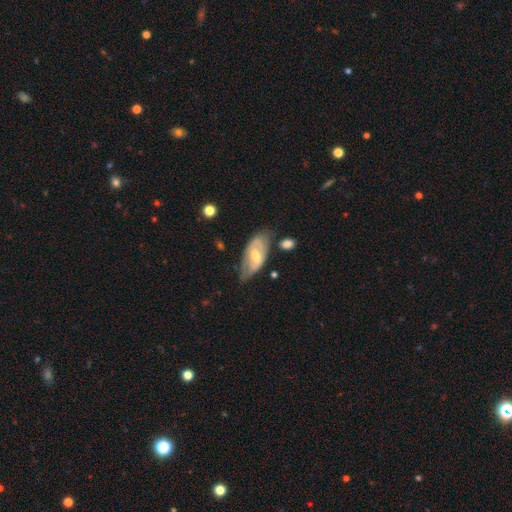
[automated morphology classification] A featured or disk galaxy (60%) with a weak bar (47%), spiral arms (60%) and a moderate central bulge (59%).

Vote fractions:
- Smooth or featured? featured or disk: 60% / smooth: 35% / star or artifact: 6%
- Edge-on disk? no: 88% / yes: 12%
- Bar? weak: 47% / no: 27% / strong: 26%
- Spiral arms? yes: 60% / no: 40%
- Bulge size? moderate: 59% / small: 30% / large: 7% / none: 3% / dominant: 1%
- Merging? none: 59% / minor disturbance: 28% / major disturbance: 10% / merger: 4%